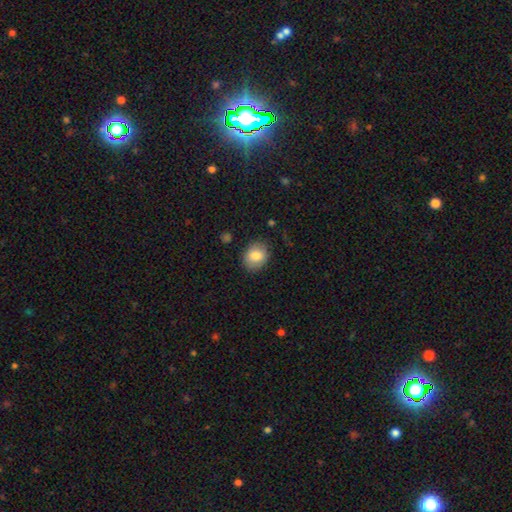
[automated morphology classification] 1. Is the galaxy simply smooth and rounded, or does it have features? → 81% smooth, 11% featured or disk, 8% star or artifact.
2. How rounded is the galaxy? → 50% round, 49% in between, 1% cigar-shaped.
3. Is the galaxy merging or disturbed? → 84% none, 12% minor disturbance, 3% major disturbance, 1% merger.